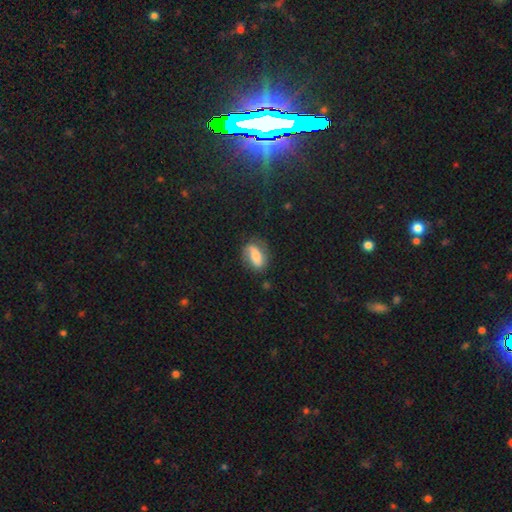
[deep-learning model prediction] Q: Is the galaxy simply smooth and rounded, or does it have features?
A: smooth — 54%.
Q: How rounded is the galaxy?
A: in between — 83%.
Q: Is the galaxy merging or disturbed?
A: none — 66%.